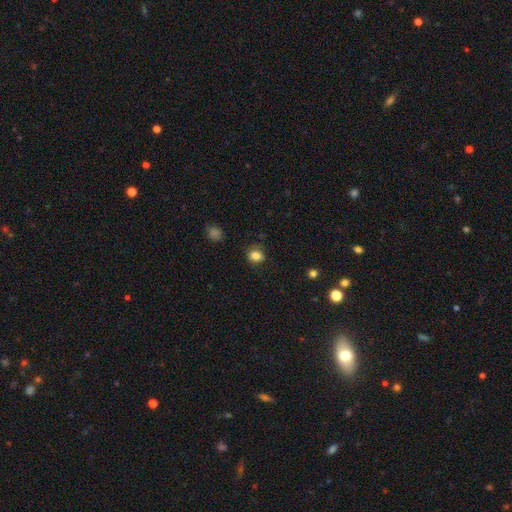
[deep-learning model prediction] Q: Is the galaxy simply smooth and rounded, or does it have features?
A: smooth — 83%.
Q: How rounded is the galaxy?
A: round — 51%.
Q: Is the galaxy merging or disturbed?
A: none — 72%.